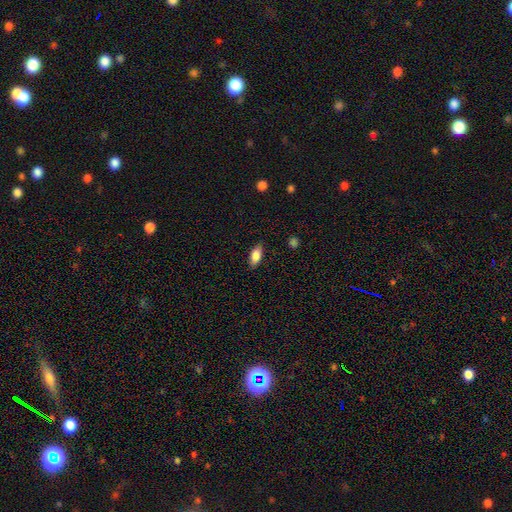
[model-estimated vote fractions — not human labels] This is clearly a smooth galaxy (82%). How rounded: clearly in between (83%). Merging: clearly none (84%).